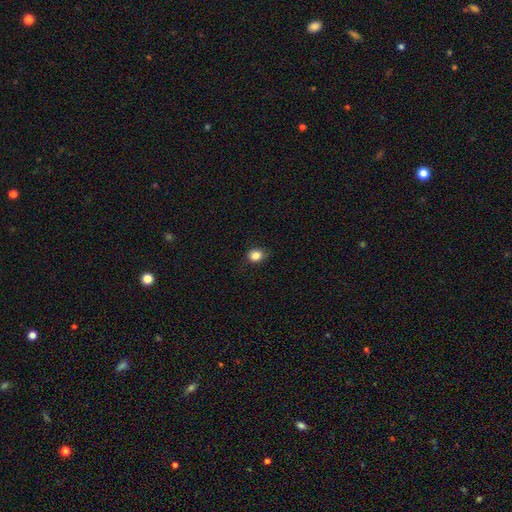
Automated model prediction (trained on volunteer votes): Overall: smooth (84%). How rounded: round (71%). Merging: none (80%).